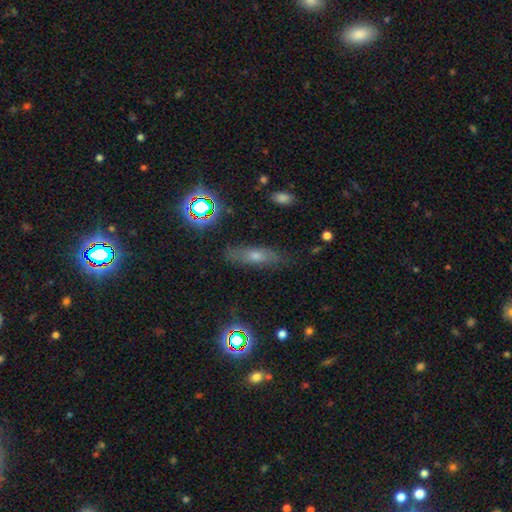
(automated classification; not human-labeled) Morphology: type=smooth (47%); merging=none (80%).